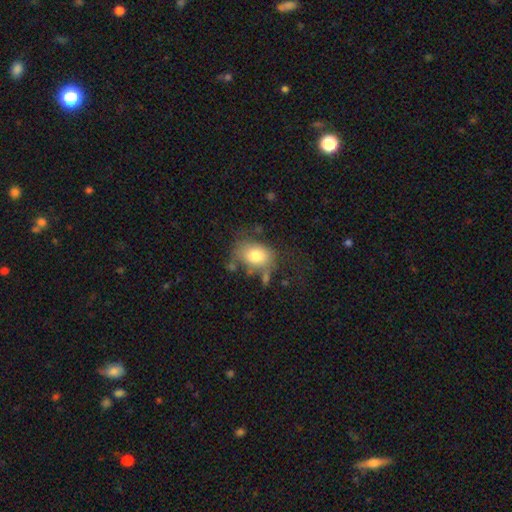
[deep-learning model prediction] The model was most divided on "merging": none: 56%, minor disturbance: 23%, major disturbance: 13%, merger: 8%. More confident: smooth or featured — smooth (76%); how rounded — in between (70%).